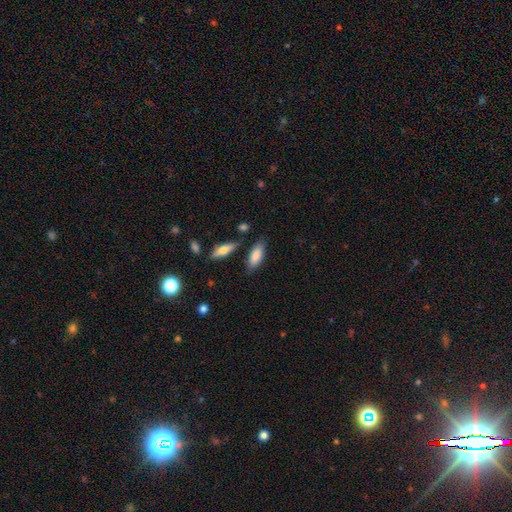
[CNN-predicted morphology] The model was most divided on "how rounded": in between: 73%, cigar-shaped: 25%, round: 2%. More confident: smooth or featured — smooth (83%); merging — none (76%).